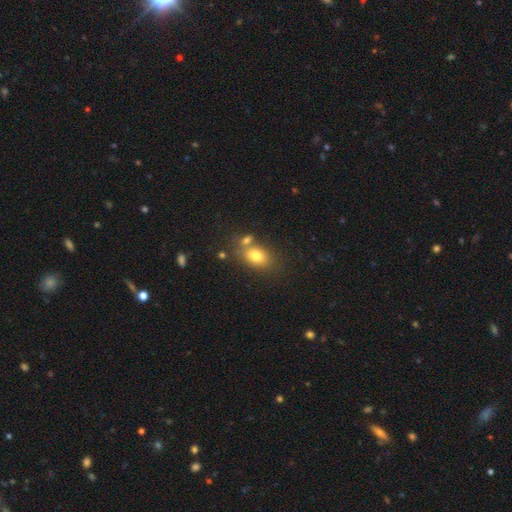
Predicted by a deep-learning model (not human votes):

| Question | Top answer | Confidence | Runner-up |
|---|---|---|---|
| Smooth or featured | smooth | 77% | featured or disk (12%) |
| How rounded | in between | 73% | round (25%) |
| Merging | none | 56% | merger (27%) |